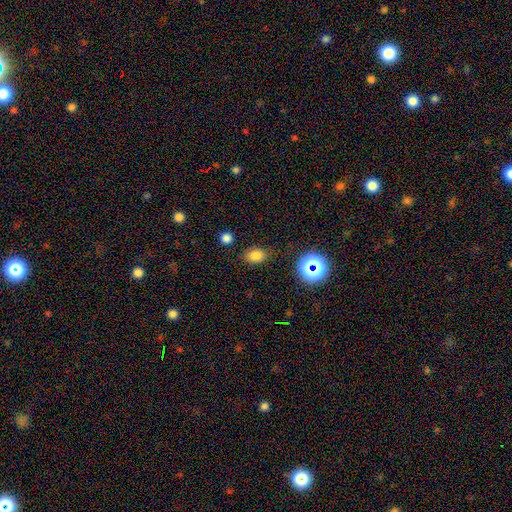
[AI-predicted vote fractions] Q: Smooth or featured?
A: smooth (78%); runner-up: star or artifact (15%)
Q: How rounded?
A: in between (73%); runner-up: round (26%)
Q: Merging?
A: none (80%); runner-up: minor disturbance (14%)